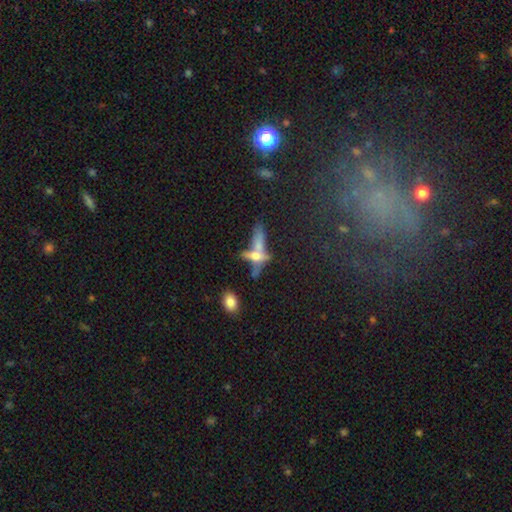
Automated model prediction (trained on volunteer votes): Morphology: type=featured or disk (44%); merging=none (39%).